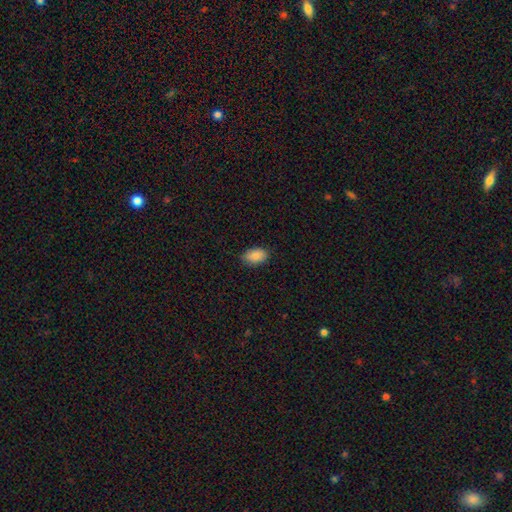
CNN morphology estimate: A smooth galaxy with no disk features (88%) that is in between round and cigar-shaped (92%). Merging: none (85%).